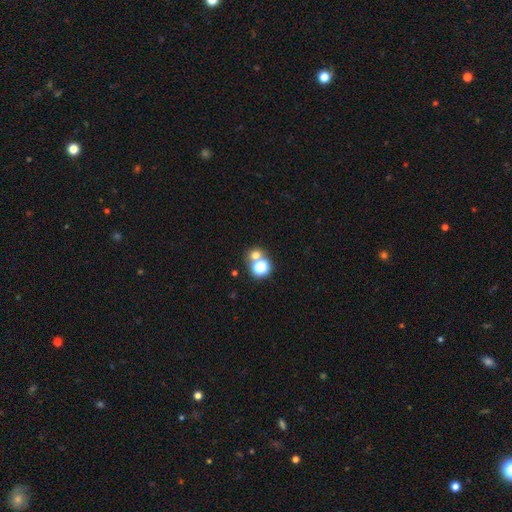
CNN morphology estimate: This is likely a smooth galaxy (64%). How rounded: clearly round (81%). Merging: possibly none (52%).